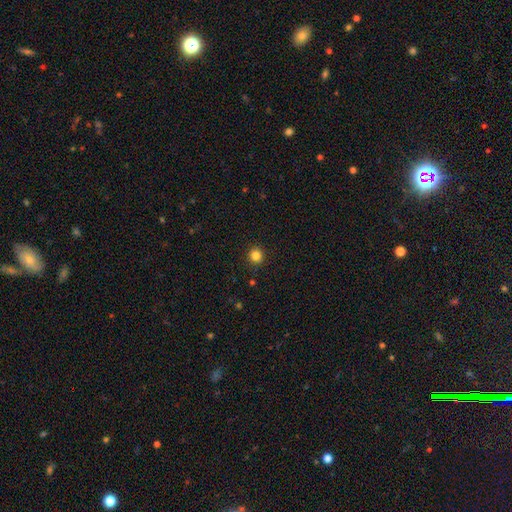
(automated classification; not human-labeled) This is clearly a smooth galaxy (84%). How rounded: clearly round (93%). Merging: clearly none (92%).